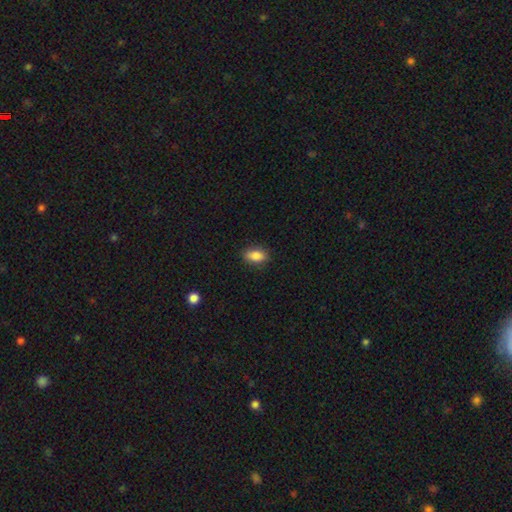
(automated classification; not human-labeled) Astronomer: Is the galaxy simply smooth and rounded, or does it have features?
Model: smooth — 85%.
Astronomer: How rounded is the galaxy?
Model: in between — 87%.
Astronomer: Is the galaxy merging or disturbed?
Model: none — 87%.